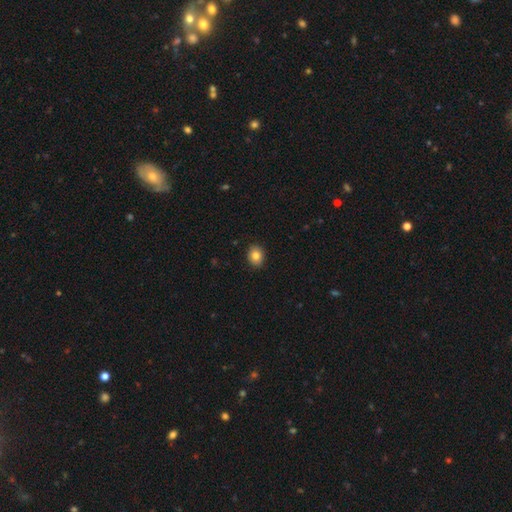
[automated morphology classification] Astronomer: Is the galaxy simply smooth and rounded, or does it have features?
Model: smooth — 84%.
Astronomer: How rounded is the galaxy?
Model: in between — 50% (runner-up: round, 49%).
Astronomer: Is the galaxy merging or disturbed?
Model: none — 90%.